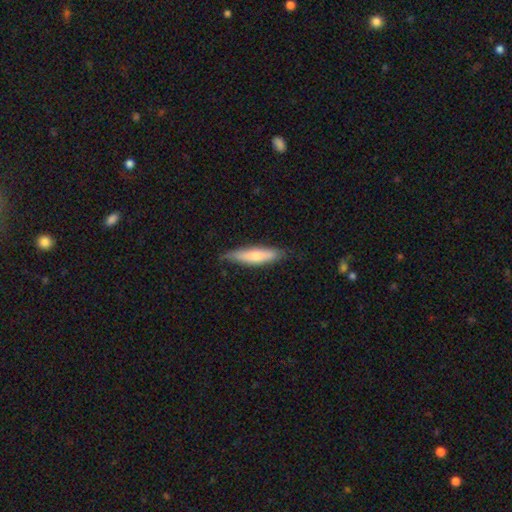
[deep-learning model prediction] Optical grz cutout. It shows a smooth galaxy with no disk features (68%) that is cigar-shaped (78%). Merging: none (74%).